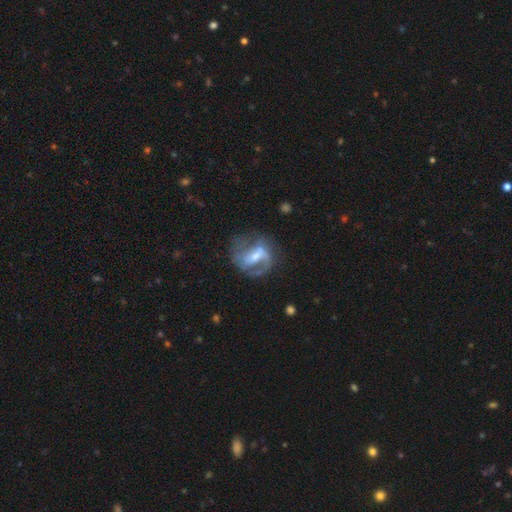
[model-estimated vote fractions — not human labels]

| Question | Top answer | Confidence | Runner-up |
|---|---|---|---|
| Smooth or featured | featured or disk | 79% | smooth (14%) |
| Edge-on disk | no | 97% | yes (3%) |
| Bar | weak | 48% | strong (32%) |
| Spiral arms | yes | 89% | no (11%) |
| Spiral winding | medium | 49% | loose (32%) |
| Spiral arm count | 2 | 62% | 1 (24%) |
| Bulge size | moderate | 47% | small (39%) |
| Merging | none | 56% | major disturbance (21%) |